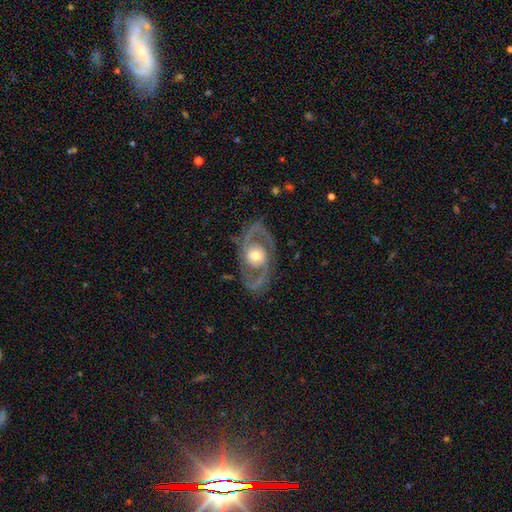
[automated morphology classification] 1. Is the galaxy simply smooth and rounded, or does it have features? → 88% featured or disk, 8% smooth, 4% star or artifact.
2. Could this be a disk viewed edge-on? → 96% no, 4% yes.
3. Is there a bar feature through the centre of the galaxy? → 66% no, 24% weak, 10% strong.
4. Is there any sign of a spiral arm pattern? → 91% yes, 9% no.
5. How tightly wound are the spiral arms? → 58% medium, 22% loose, 21% tight.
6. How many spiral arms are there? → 92% 2, 3% can't tell, 2% 1, 1% 3, 1% 4, 1% more than 4.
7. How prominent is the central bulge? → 68% moderate, 16% small, 14% large, 1% dominant, 1% none.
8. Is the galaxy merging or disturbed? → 80% none, 12% minor disturbance, 7% major disturbance, 1% merger.